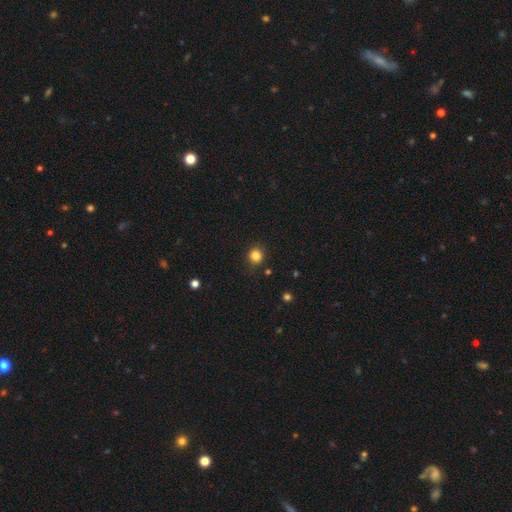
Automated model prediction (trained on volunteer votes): A smooth galaxy with no disk features (84%) that is round (87%). Merging: none (85%).